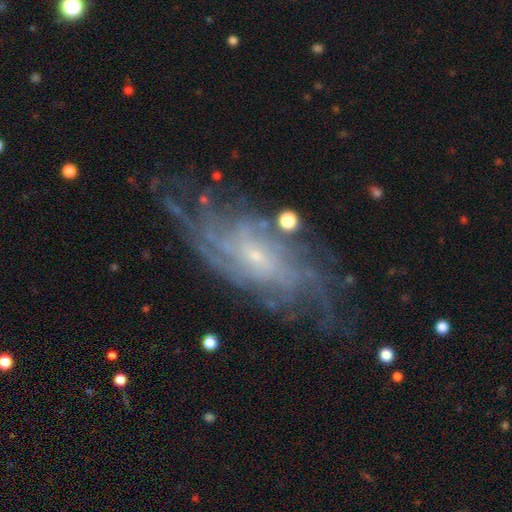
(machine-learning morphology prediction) featured or disk 86%, smooth 7%, star or artifact 7%. Down the decision tree: edge-on disk — no (92%); bar — no (64%); spiral arms — yes (95%); spiral arm count — can't tell (37%); spiral winding — tight (58%); bulge size — small (82%); merging — none (71%).